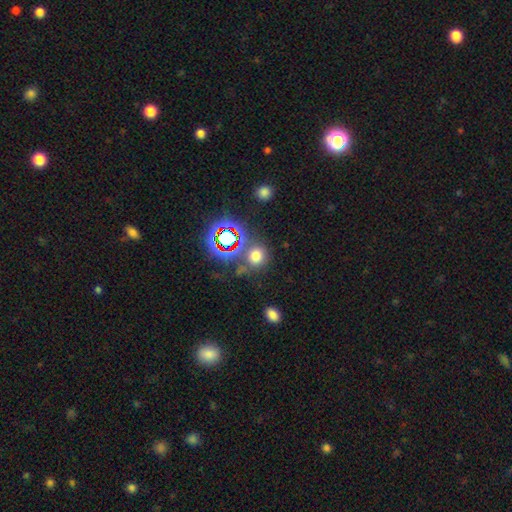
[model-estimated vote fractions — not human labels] Smooth or featured?
  - smooth: 66% *
  - star or artifact: 26%
  - featured or disk: 8%
How rounded?
  - round: 84% *
  - in between: 15%
  - cigar-shaped: 1%
Merging?
  - none: 74% *
  - minor disturbance: 11%
  - merger: 9%
  - major disturbance: 6%